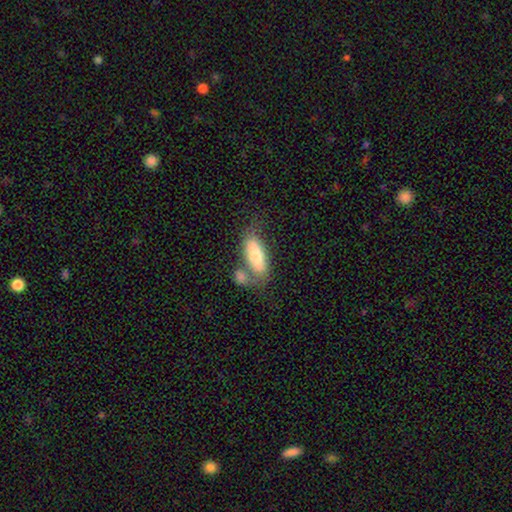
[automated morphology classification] A smooth galaxy with no disk features (68%) that is in between round and cigar-shaped (72%). Merging: none (41%).